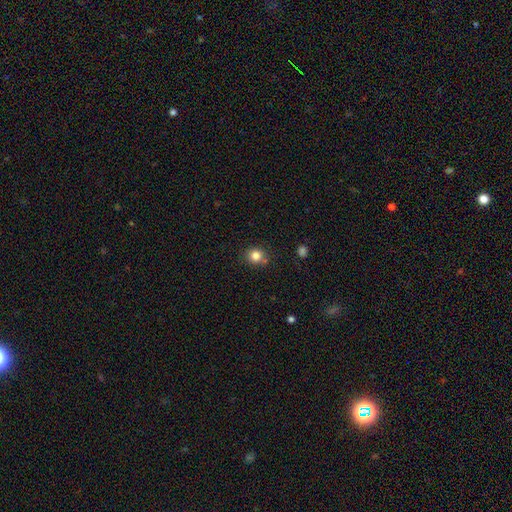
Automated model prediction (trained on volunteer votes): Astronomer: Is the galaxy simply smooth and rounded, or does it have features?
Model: smooth — 82%.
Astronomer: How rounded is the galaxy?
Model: round — 85%.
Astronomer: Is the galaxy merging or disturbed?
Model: none — 79%.